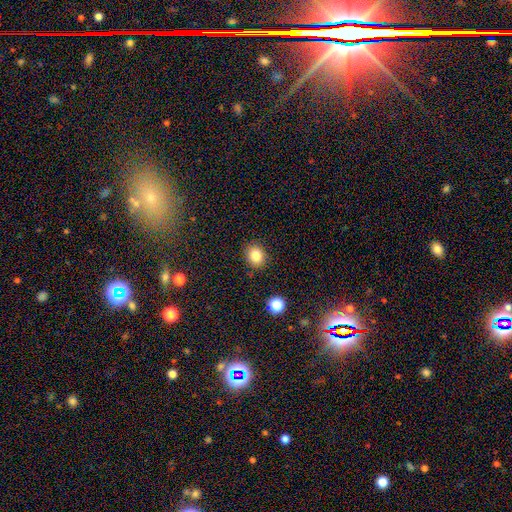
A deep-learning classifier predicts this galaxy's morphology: Overall: smooth (83%). How rounded: round (65%; in between 34%). Merging: none (88%).